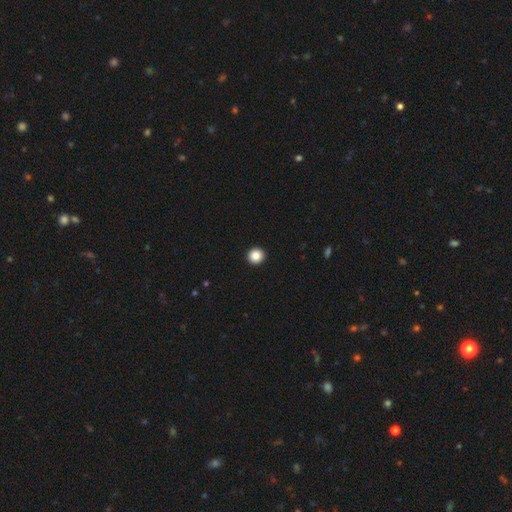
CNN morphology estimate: Smooth or featured?
  - smooth: 87% *
  - star or artifact: 10%
  - featured or disk: 3%
How rounded?
  - round: 95% *
  - in between: 4%
  - cigar-shaped: 1%
Merging?
  - none: 94% *
  - minor disturbance: 3%
  - major disturbance: 1%
  - merger: 1%